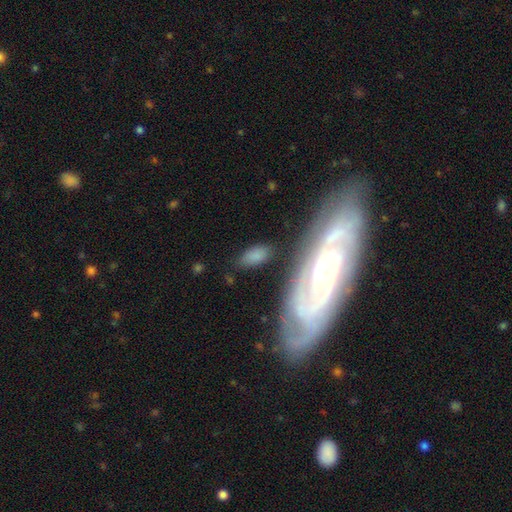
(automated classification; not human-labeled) A smooth galaxy with no disk features (75%) that is in between round and cigar-shaped (89%).

Vote fractions:
- Smooth or featured? smooth: 75% / featured or disk: 17% / star or artifact: 8%
- How rounded? in between: 89% / cigar-shaped: 8% / round: 4%
- Merging? none: 73% / minor disturbance: 16% / major disturbance: 6% / merger: 5%